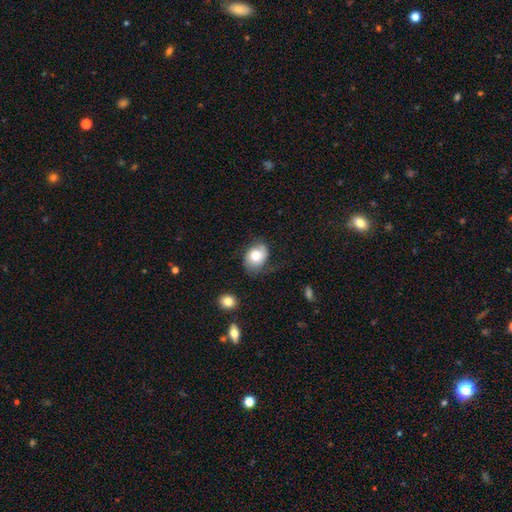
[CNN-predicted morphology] type=smooth (66%); roundness=in between (61%); merging=none (48%).